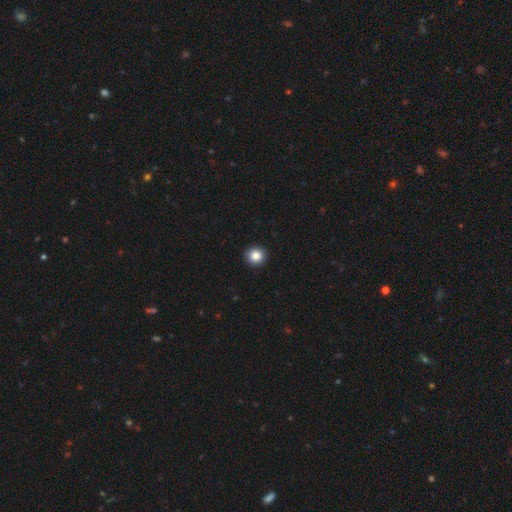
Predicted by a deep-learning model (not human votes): Morphology: type=smooth (86%); roundness=round (93%); merging=none (93%).